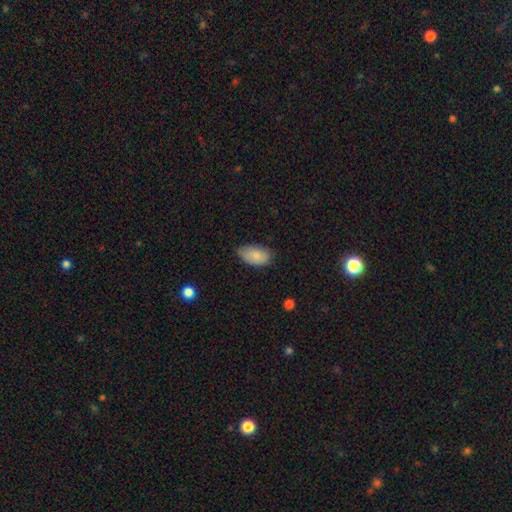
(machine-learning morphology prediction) This appears to be a smooth galaxy with no disk features (84%) that is in between round and cigar-shaped (94%). Merging: none (67%).